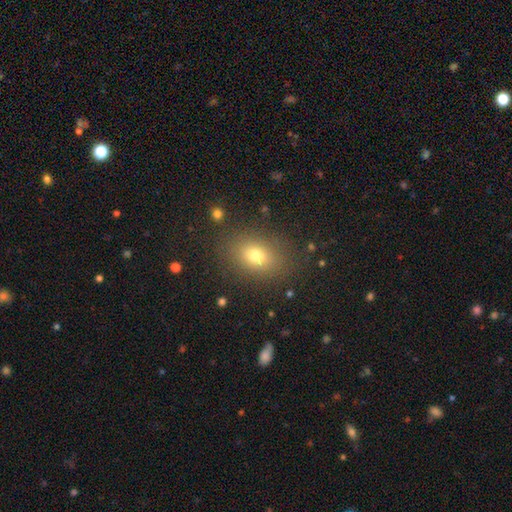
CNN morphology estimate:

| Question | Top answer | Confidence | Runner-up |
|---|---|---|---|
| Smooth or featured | smooth | 74% | star or artifact (14%) |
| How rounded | in between | 68% | round (31%) |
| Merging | none | 83% | minor disturbance (10%) |